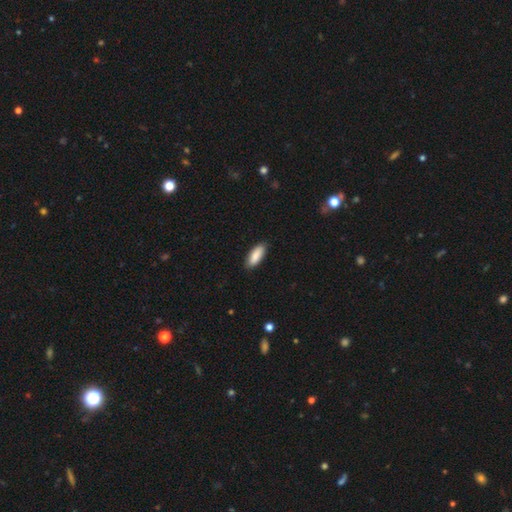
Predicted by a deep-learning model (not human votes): smooth_or_featured: smooth (p=0.88) [alt: featured or disk p=0.06]
how_rounded: in between (p=0.73) [alt: cigar-shaped p=0.25]
merging: none (p=0.88) [alt: minor disturbance p=0.09]